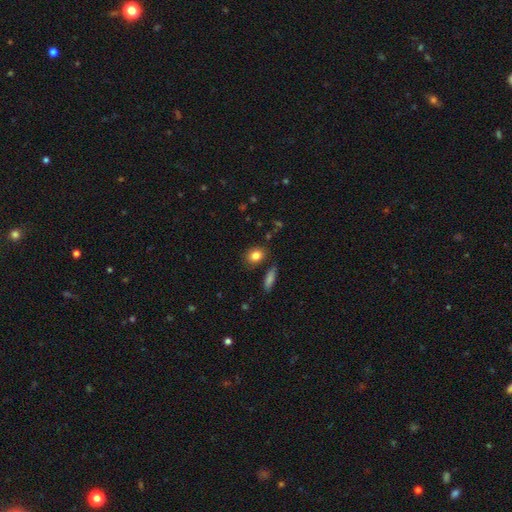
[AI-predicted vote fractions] smooth_or_featured: smooth (p=0.83) [alt: star or artifact p=0.09]
how_rounded: in between (p=0.51) [alt: round p=0.46]
merging: none (p=0.81) [alt: minor disturbance p=0.11]